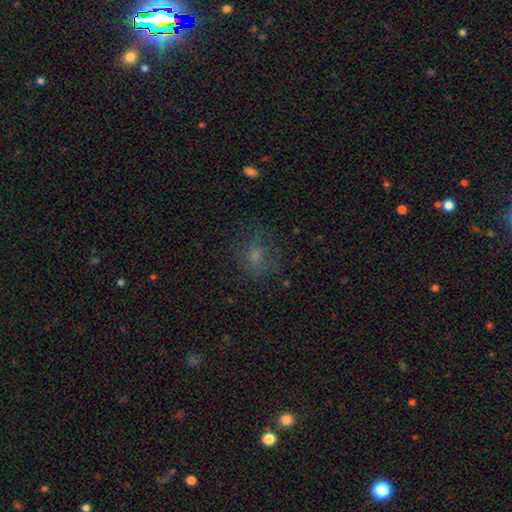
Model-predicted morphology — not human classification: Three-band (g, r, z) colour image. It shows a smooth galaxy with no disk features (58%) that is round (65%). Merging: none (66%).